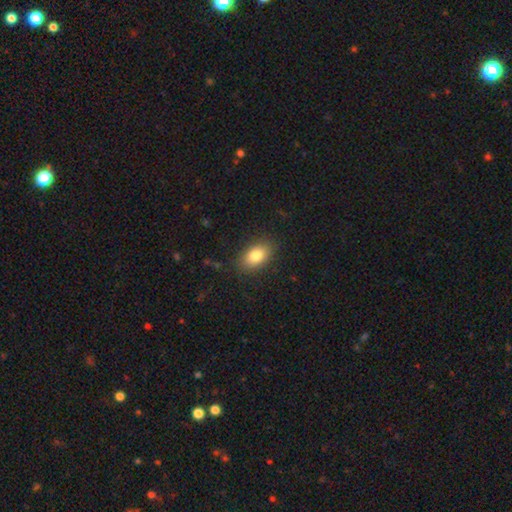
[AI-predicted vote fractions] Overall: smooth (82%). How rounded: in between (88%). Merging: none (86%).